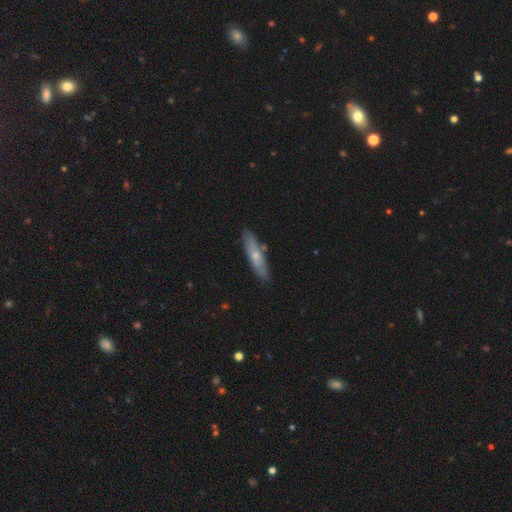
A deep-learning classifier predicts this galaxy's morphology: smooth-or-featured: smooth: 52% | featured or disk: 43% | star or artifact: 6%
  how-rounded: cigar-shaped: 79% | in between: 19% | round: 2%
  merging: none: 83% | minor disturbance: 11% | merger: 3% | major disturbance: 2%